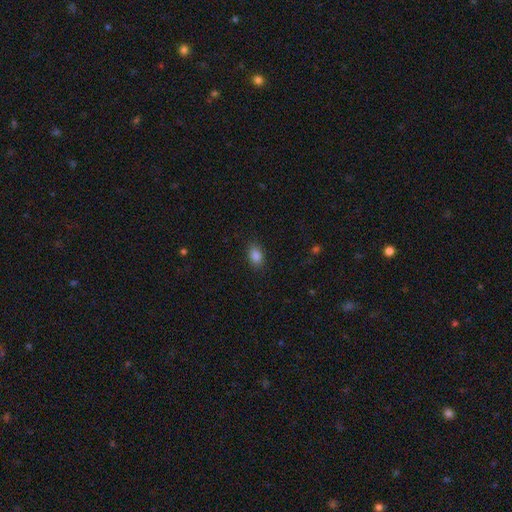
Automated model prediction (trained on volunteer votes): smooth_or_featured: smooth (p=0.86) [alt: star or artifact p=0.10]
how_rounded: in between (p=0.79) [alt: round p=0.20]
merging: none (p=0.86) [alt: minor disturbance p=0.10]